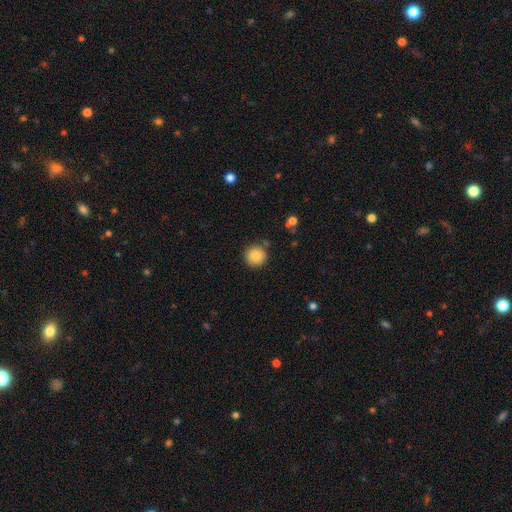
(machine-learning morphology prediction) smooth_or_featured: smooth (p=0.85) [alt: star or artifact p=0.09]
how_rounded: round (p=0.95) [alt: in between p=0.04]
merging: none (p=0.87) [alt: minor disturbance p=0.08]